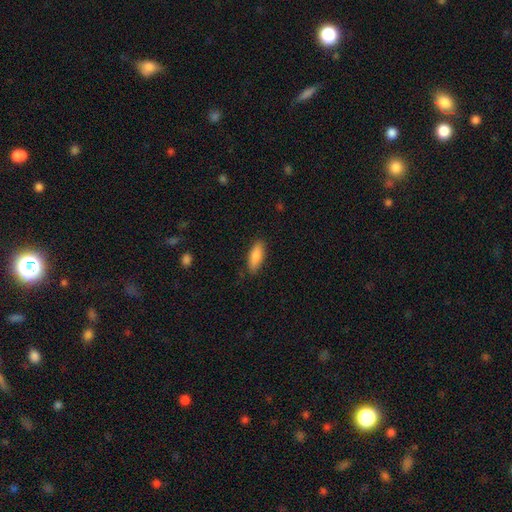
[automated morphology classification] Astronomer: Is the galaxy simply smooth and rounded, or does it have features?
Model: smooth — 85%.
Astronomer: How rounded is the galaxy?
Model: in between — 67%.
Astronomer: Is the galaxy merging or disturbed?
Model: none — 86%.